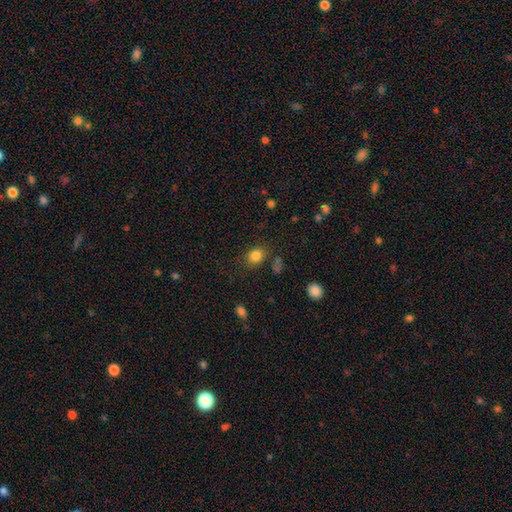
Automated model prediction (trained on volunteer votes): Morphology: type=smooth (83%); roundness=in between (50%); merging=none (77%).